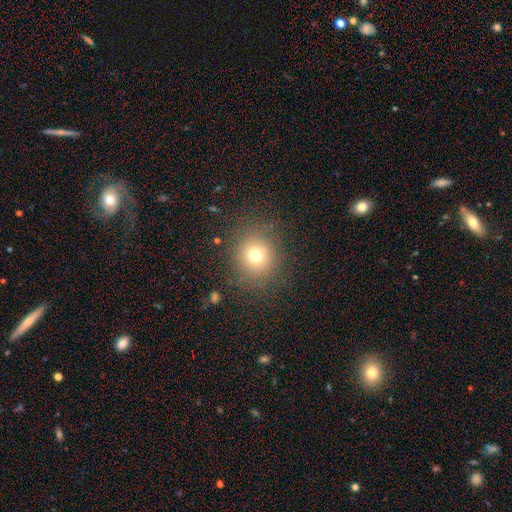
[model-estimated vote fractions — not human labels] Overall: smooth (72%). How rounded: round (89%). Merging: none (85%).